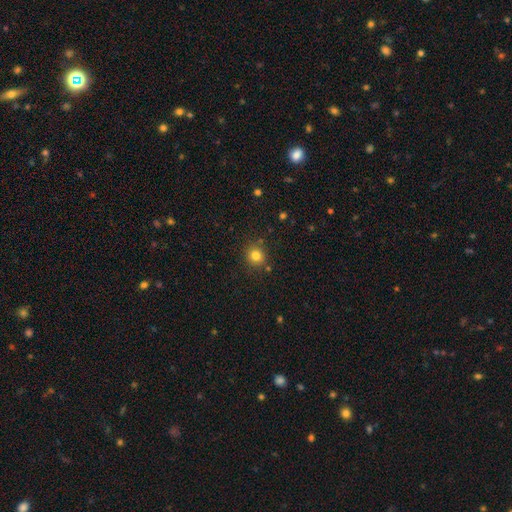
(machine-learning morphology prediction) Smooth or featured: smooth — 81% (star or artifact — 13%)
How rounded: round — 85% (in between — 14%)
Merging: none — 83% (minor disturbance — 10%)